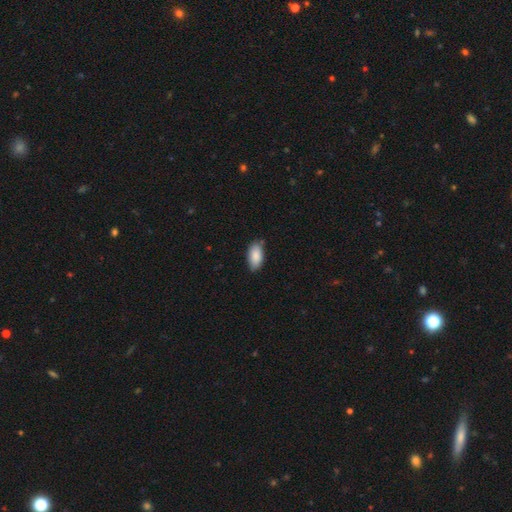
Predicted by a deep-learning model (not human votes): smooth-or-featured: smooth: 88% | star or artifact: 6% | featured or disk: 6%
  how-rounded: in between: 92% | cigar-shaped: 5% | round: 2%
  merging: none: 77% | minor disturbance: 18% | major disturbance: 3% | merger: 2%